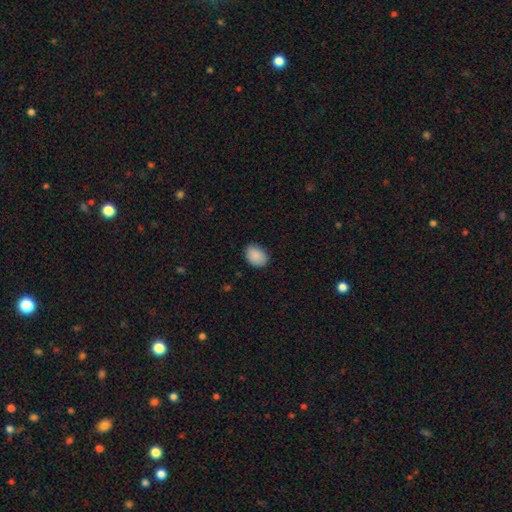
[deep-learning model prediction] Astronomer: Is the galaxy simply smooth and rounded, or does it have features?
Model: smooth — 89%.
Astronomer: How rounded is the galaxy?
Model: in between — 68%.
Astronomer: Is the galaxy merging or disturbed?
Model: none — 82%.